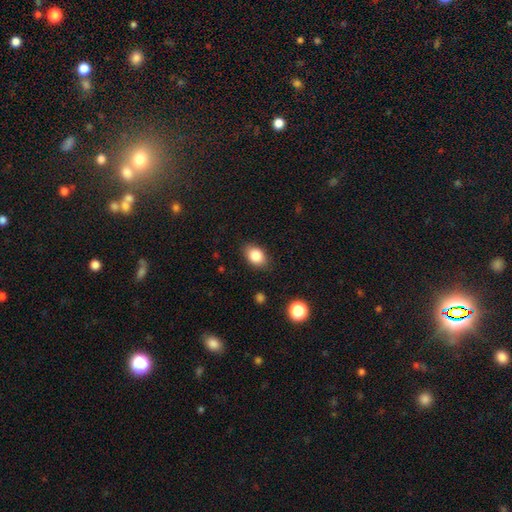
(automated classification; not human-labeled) Overall: smooth (85%). How rounded: in between (80%). Merging: none (84%).